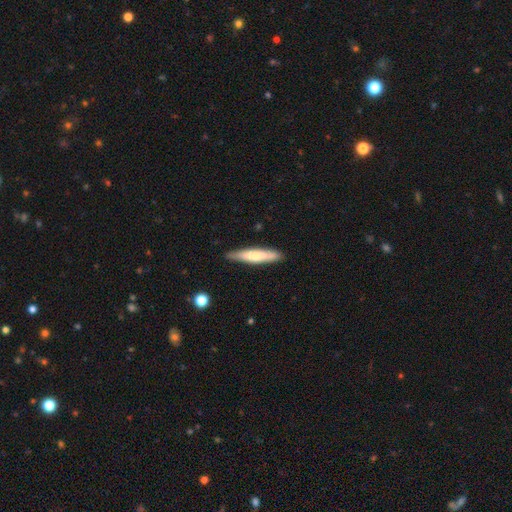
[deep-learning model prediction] Smooth or featured? Predicted: smooth (p=0.63). How rounded? Predicted: cigar-shaped (p=0.88). Merging? Predicted: none (p=0.85).